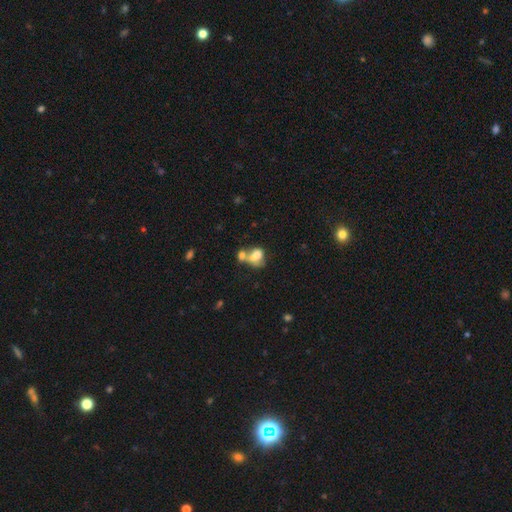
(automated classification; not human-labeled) Morphology: type=smooth (67%); roundness=in between (59%); merging=merger (63%).